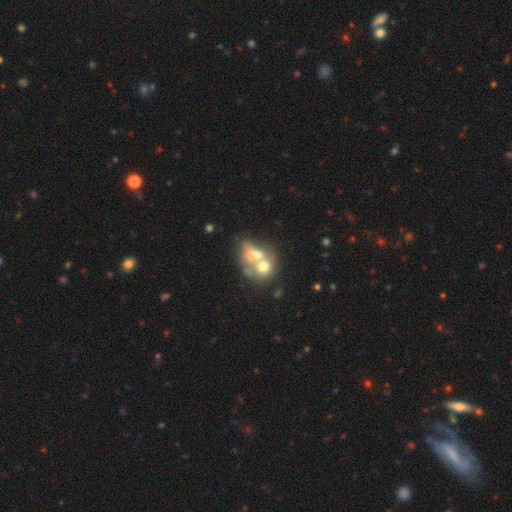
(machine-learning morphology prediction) smooth 55%, featured or disk 33%, star or artifact 11%. Down the decision tree: how rounded — round (50%); merging — merger (67%).